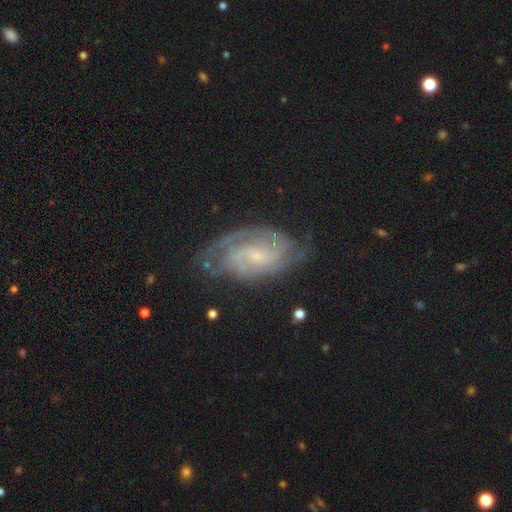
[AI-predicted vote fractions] Morphology: type=featured or disk (84%); edge-on=no (96%); bar=weak (48%); spiral arms=yes (95%); winding=tight (51%); arm count=2 (41%); bulge=small (70%); merging=none (67%).